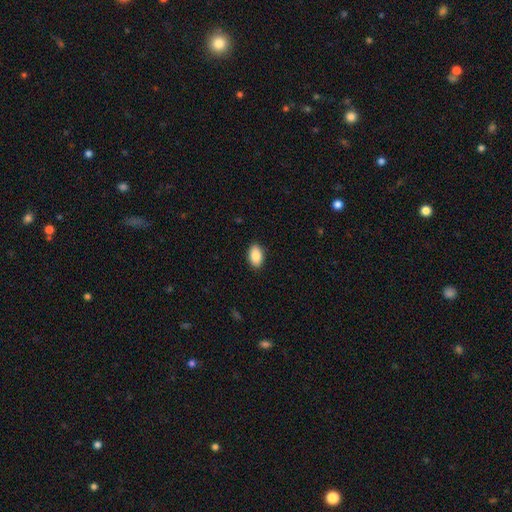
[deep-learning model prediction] smooth-or-featured: smooth: 89% | star or artifact: 7% | featured or disk: 4%
  how-rounded: in between: 93% | round: 6% | cigar-shaped: 2%
  merging: none: 90% | minor disturbance: 7% | major disturbance: 2% | merger: 1%